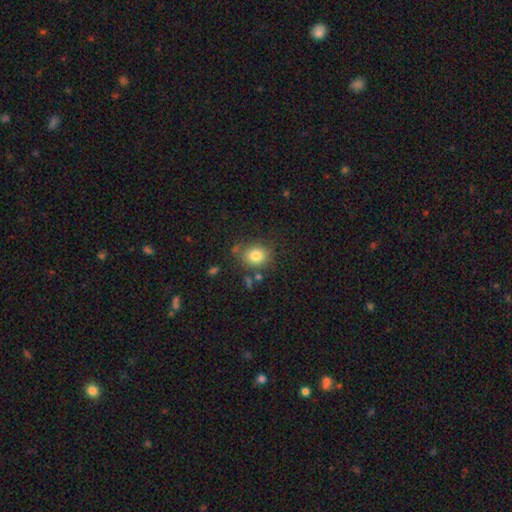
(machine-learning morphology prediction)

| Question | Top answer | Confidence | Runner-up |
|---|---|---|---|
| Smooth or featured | smooth | 80% | star or artifact (11%) |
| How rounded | round | 71% | in between (28%) |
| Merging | none | 75% | minor disturbance (14%) |